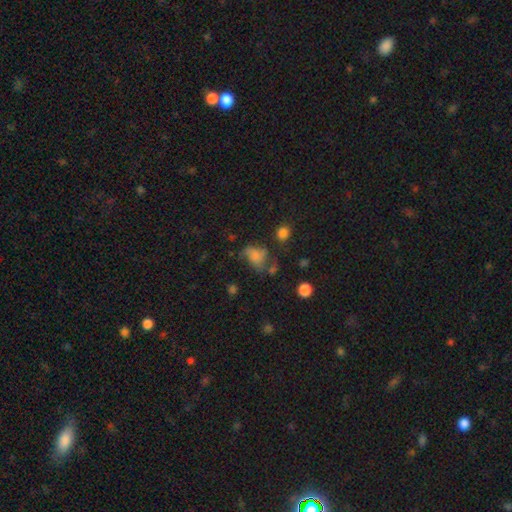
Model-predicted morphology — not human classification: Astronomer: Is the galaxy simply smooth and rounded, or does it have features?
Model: smooth — 63%.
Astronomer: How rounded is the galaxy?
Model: in between — 68%.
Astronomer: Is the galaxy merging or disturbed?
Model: none — 33% (runner-up: major disturbance, 30%).